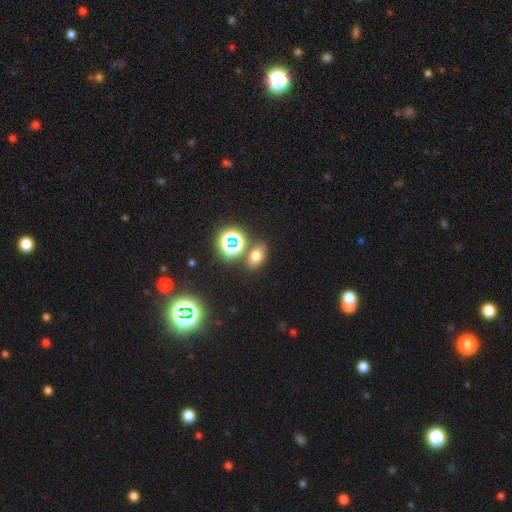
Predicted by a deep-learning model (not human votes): Q: Smooth or featured?
A: smooth (62%); runner-up: star or artifact (27%)
Q: How rounded?
A: in between (72%); runner-up: round (26%)
Q: Merging?
A: none (76%); runner-up: merger (10%)